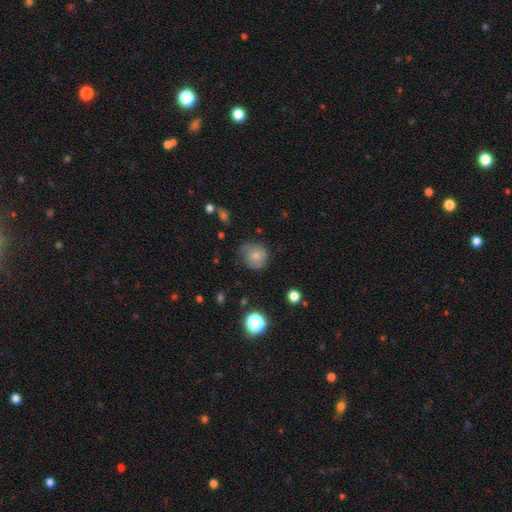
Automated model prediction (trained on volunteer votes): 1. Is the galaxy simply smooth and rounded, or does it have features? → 60% smooth, 30% featured or disk, 10% star or artifact.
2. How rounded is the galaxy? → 83% round, 16% in between, 1% cigar-shaped.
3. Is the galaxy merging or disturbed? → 53% none, 31% minor disturbance, 14% major disturbance, 2% merger.